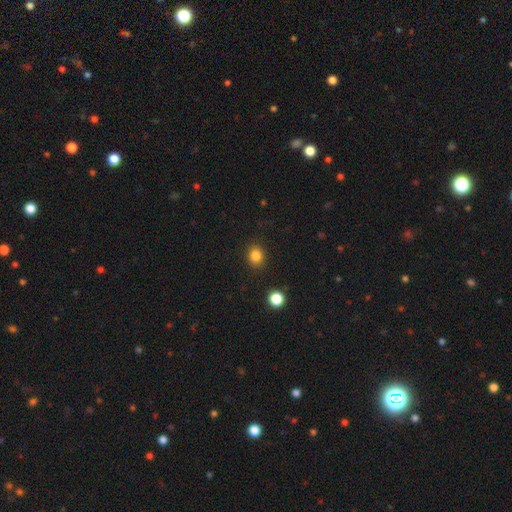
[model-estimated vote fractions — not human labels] The model was most divided on "how rounded": round: 73%, in between: 26%, cigar-shaped: 1%. More confident: merging — none (88%); smooth or featured — smooth (83%).